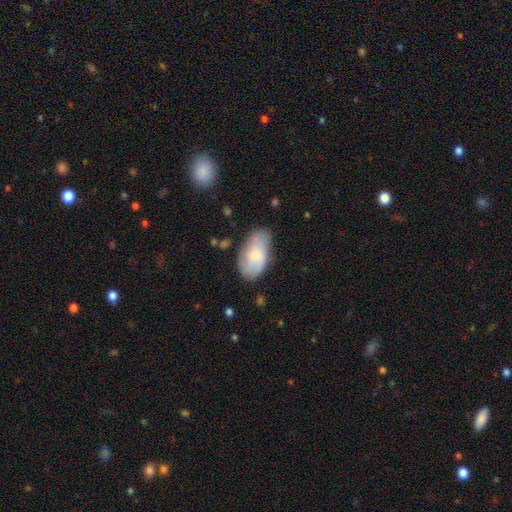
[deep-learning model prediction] Morphology: type=smooth (58%); roundness=in between (92%); merging=none (60%).